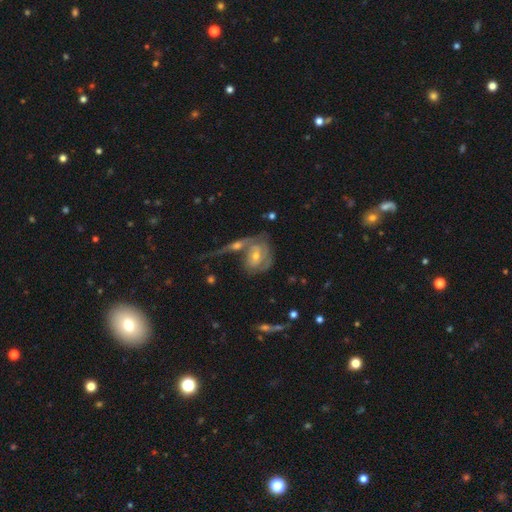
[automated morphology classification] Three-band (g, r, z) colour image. It shows a featured or disk galaxy (71%) with no bar (48%), spiral arms (76%) and a moderate central bulge (52%). Merging: merger (39%).